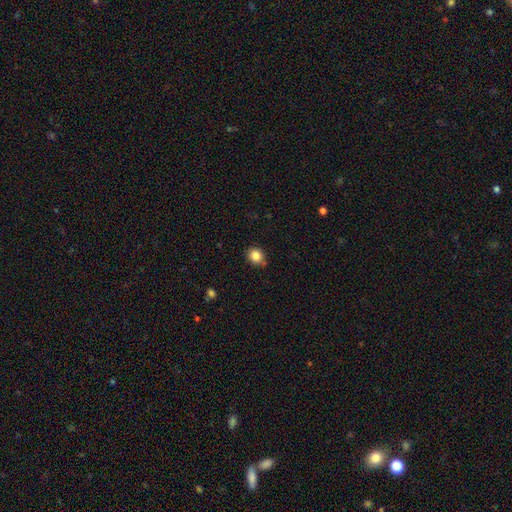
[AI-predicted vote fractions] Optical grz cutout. It shows a smooth galaxy with no disk features (85%) that is round (80%). Merging: none (80%).